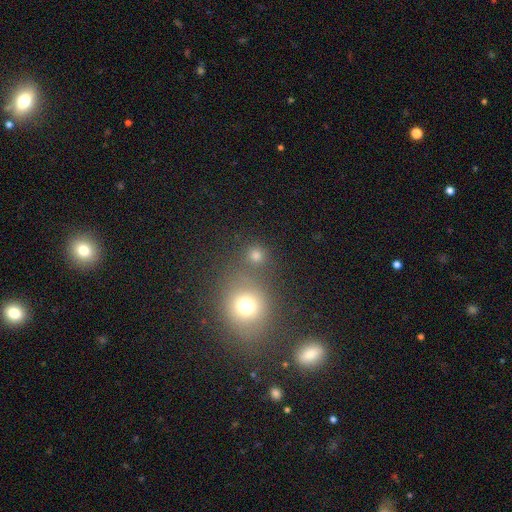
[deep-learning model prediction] Q: Smooth or featured?
A: smooth (71%); runner-up: star or artifact (21%)
Q: How rounded?
A: round (87%); runner-up: in between (12%)
Q: Merging?
A: none (70%); runner-up: merger (19%)